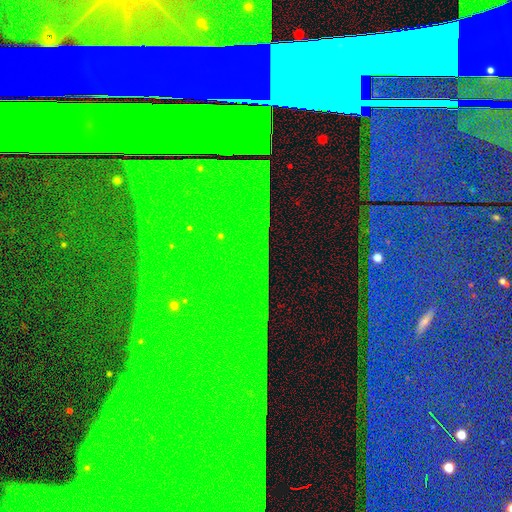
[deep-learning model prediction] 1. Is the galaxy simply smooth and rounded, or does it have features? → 84% star or artifact, 9% featured or disk, 7% smooth.